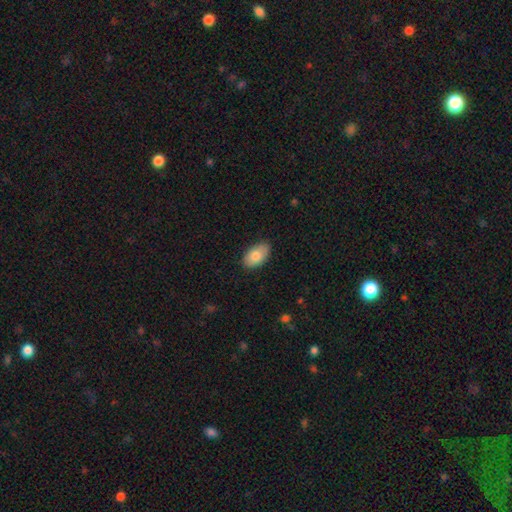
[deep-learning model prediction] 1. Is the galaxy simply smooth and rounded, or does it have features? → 81% smooth, 12% featured or disk, 6% star or artifact.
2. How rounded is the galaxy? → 93% in between, 5% round, 2% cigar-shaped.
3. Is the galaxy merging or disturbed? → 84% none, 13% minor disturbance, 2% major disturbance, 1% merger.